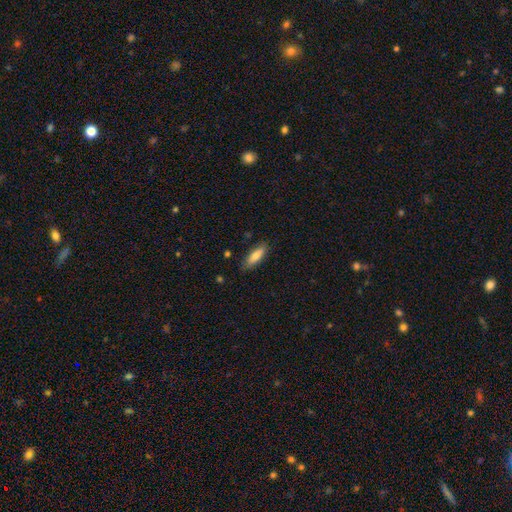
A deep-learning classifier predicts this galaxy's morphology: smooth_or_featured: smooth (p=0.79) [alt: featured or disk p=0.15]
how_rounded: in between (p=0.53) [alt: cigar-shaped p=0.45]
merging: none (p=0.84) [alt: minor disturbance p=0.12]